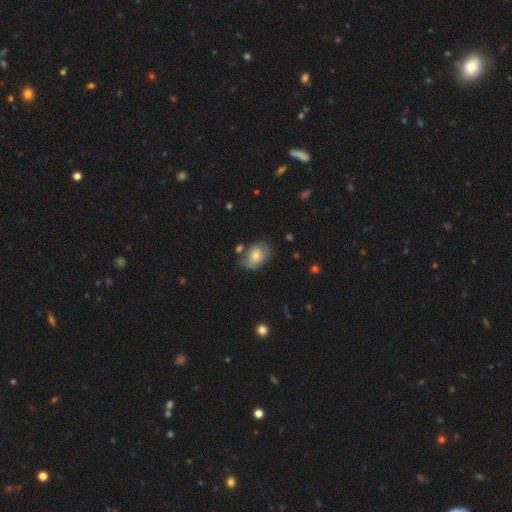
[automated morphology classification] Smooth or featured? Predicted: smooth (p=0.63). How rounded? Predicted: in between (p=0.75). Merging? Predicted: none (p=0.50).